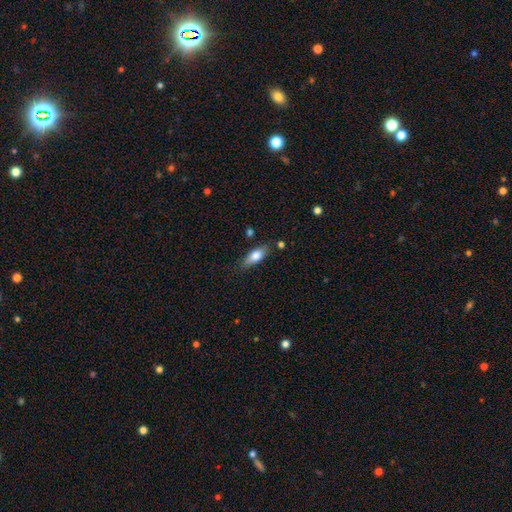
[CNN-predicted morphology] smooth_or_featured: smooth (p=0.75) [alt: featured or disk p=0.19]
how_rounded: in between (p=0.72) [alt: cigar-shaped p=0.25]
merging: none (p=0.75) [alt: minor disturbance p=0.18]